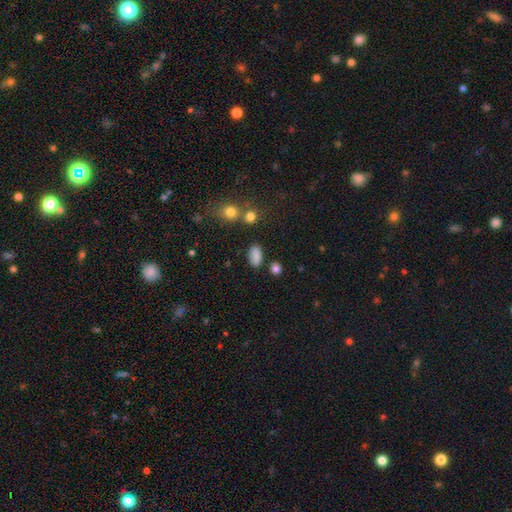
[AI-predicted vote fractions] Smooth or featured?
  - smooth: 85% *
  - star or artifact: 10%
  - featured or disk: 5%
How rounded?
  - in between: 90% *
  - round: 7%
  - cigar-shaped: 3%
Merging?
  - none: 81% *
  - minor disturbance: 11%
  - merger: 4%
  - major disturbance: 3%